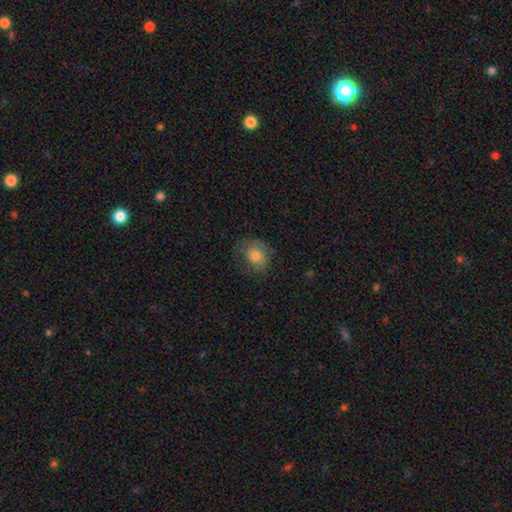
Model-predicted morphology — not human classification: This appears to be a smooth galaxy with no disk features (69%) that is round (59%). Merging: none (65%).